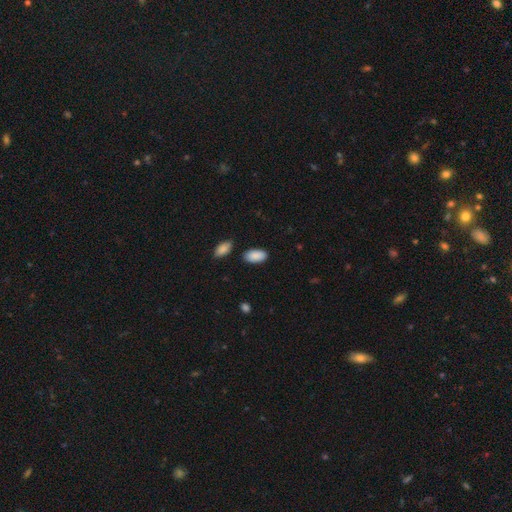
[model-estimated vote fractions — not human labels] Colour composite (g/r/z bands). It shows a smooth galaxy with no disk features (90%) that is in between round and cigar-shaped (95%). Merging: none (84%).